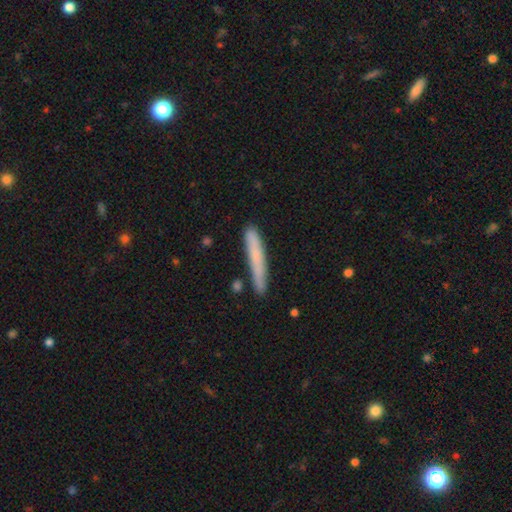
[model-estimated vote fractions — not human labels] Morphology: type=smooth (72%); roundness=cigar-shaped (95%); merging=none (81%).